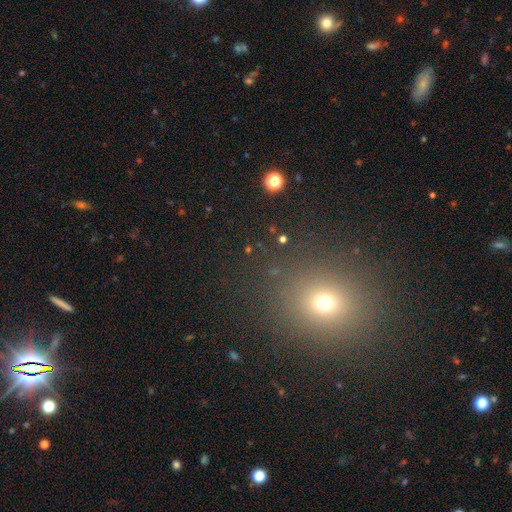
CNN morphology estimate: Q: Smooth or featured?
A: smooth (55%); runner-up: star or artifact (37%)
Q: How rounded?
A: round (76%); runner-up: in between (23%)
Q: Merging?
A: none (90%); runner-up: minor disturbance (6%)